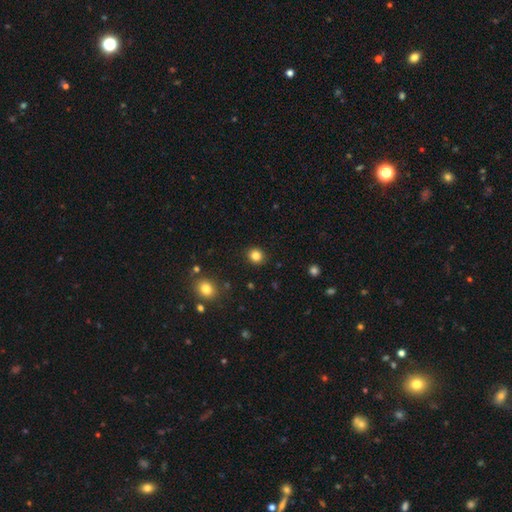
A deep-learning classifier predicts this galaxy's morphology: Smooth or featured?
  - smooth: 83% *
  - star or artifact: 12%
  - featured or disk: 5%
How rounded?
  - round: 82% *
  - in between: 17%
  - cigar-shaped: 1%
Merging?
  - none: 90% *
  - minor disturbance: 6%
  - major disturbance: 2%
  - merger: 1%